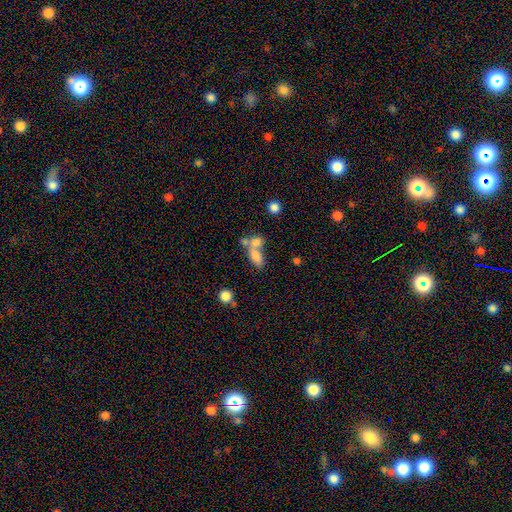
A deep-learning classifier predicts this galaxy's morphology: The model was most divided on "merging": merger: 57%, none: 27%, minor disturbance: 9%, major disturbance: 7%. More confident: how rounded — in between (81%); smooth or featured — smooth (72%).